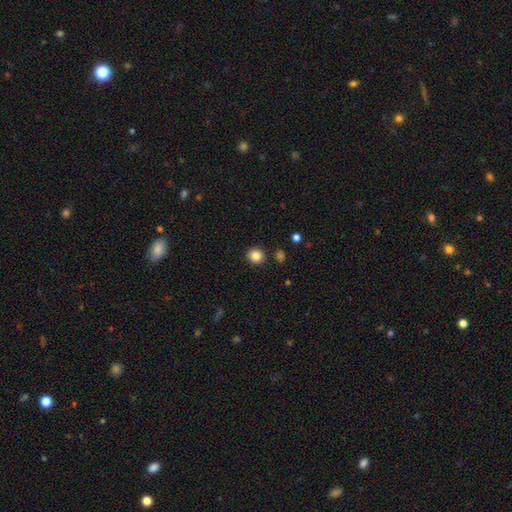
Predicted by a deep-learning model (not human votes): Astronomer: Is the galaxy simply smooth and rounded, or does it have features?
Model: smooth — 84%.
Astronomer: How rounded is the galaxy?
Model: round — 89%.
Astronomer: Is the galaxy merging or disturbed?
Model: none — 90%.